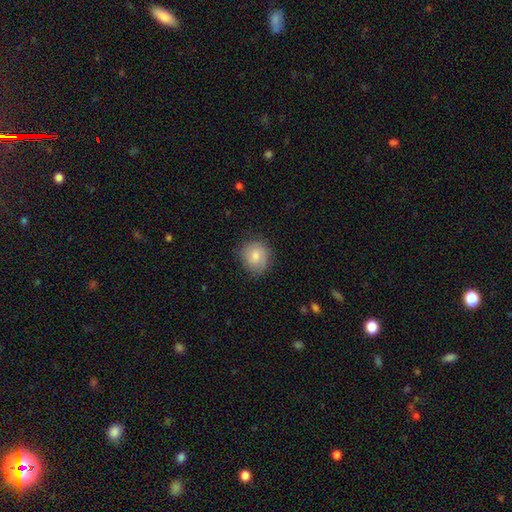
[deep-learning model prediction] Smooth or featured? smooth (73%)
How rounded? round (80%)
Merging? none (77%)